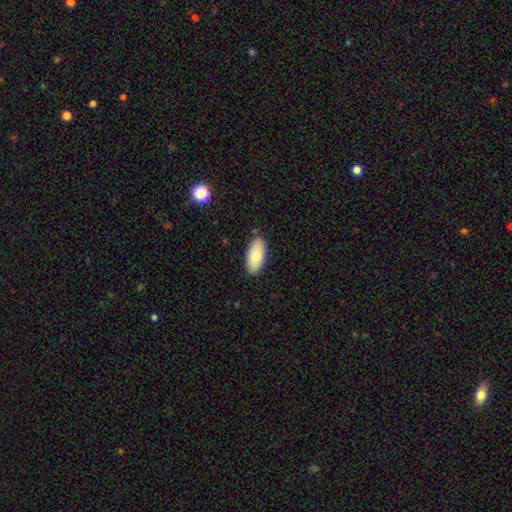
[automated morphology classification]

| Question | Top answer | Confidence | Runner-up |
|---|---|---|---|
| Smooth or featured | smooth | 85% | featured or disk (9%) |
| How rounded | in between | 90% | cigar-shaped (8%) |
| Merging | none | 86% | minor disturbance (10%) |